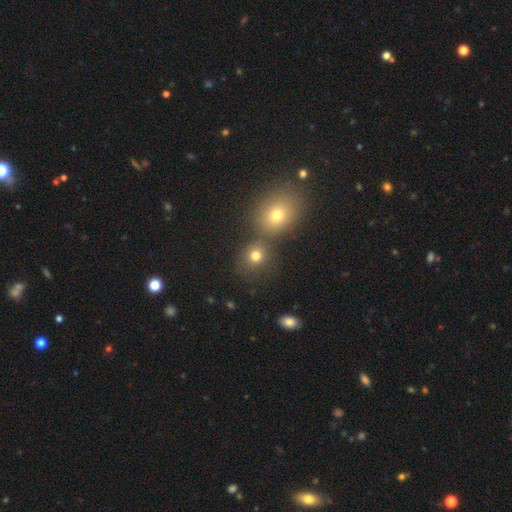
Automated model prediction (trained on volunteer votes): Smooth or featured: smooth — 76% (star or artifact — 16%)
How rounded: round — 75% (in between — 24%)
Merging: none — 62% (merger — 25%)